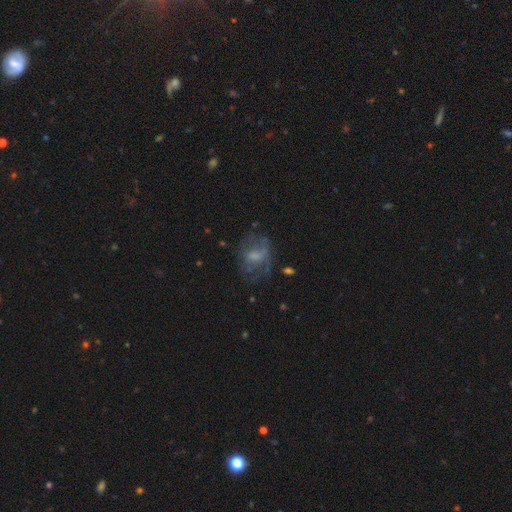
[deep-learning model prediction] smooth-or-featured: featured or disk: 46% | smooth: 42% | star or artifact: 12%
  merging: none: 45% | major disturbance: 29% | minor disturbance: 23% | merger: 3%